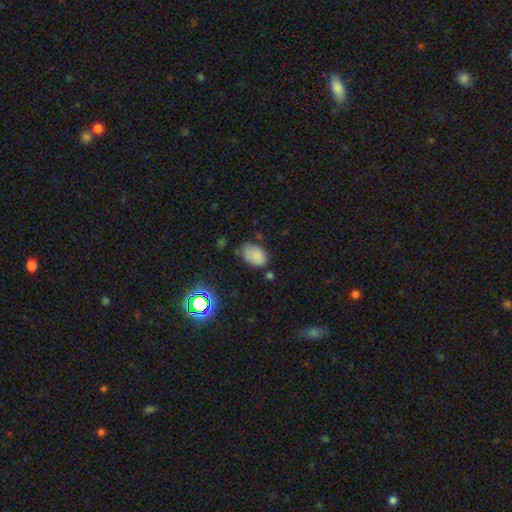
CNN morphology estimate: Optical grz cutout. It shows a smooth galaxy with no disk features (78%) that is in between round and cigar-shaped (87%). Merging: none (62%).